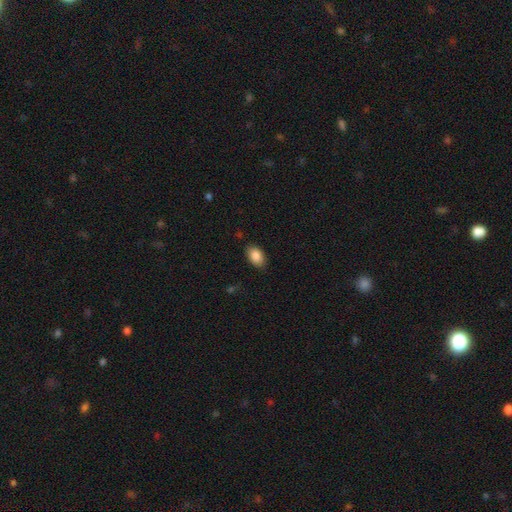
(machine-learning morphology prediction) Overall: smooth (87%). How rounded: in between (91%). Merging: none (84%).